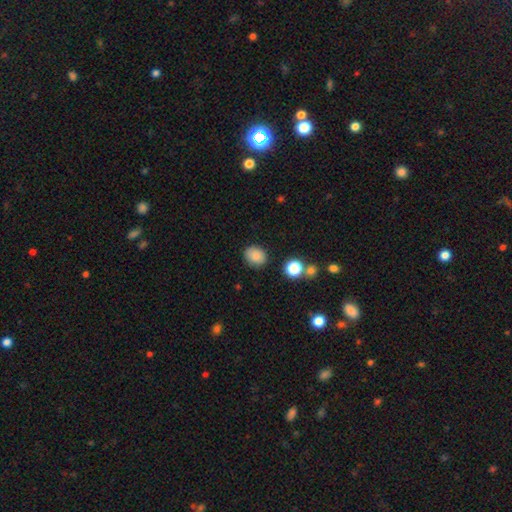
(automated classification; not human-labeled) The model was most divided on "how rounded": round: 55%, in between: 44%, cigar-shaped: 1%. More confident: smooth or featured — smooth (84%); merging — none (84%).